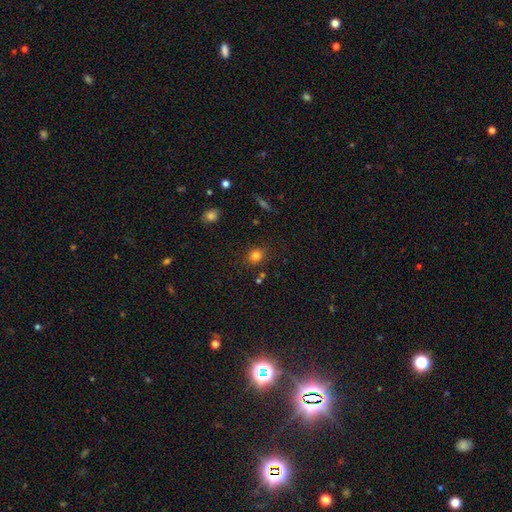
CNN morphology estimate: The model was most divided on "how rounded": round: 72%, in between: 27%, cigar-shaped: 1%. More confident: merging — none (83%); smooth or featured — smooth (80%).